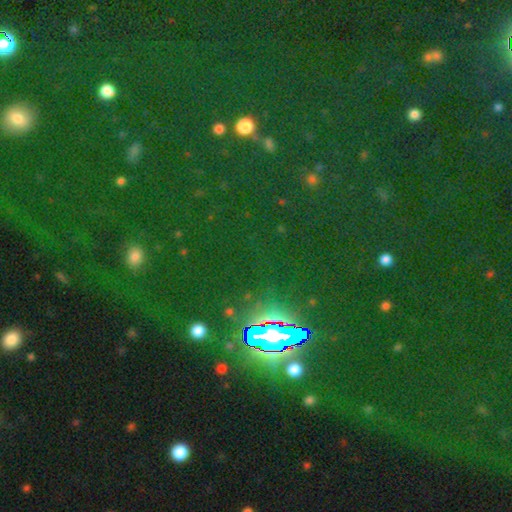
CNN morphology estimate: The model was most divided on "smooth or featured": star or artifact: 82%, smooth: 10%, featured or disk: 7%.